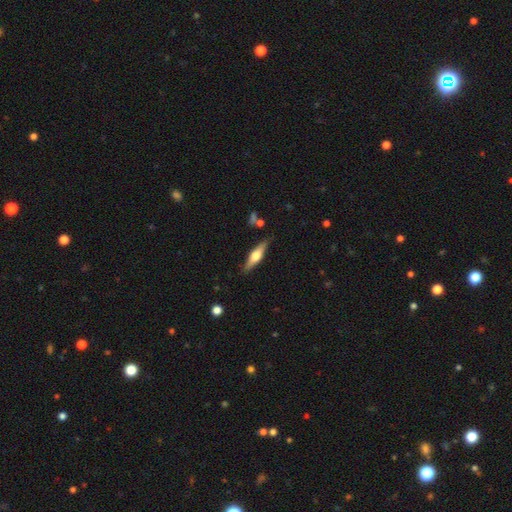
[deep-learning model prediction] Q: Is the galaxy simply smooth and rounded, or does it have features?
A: featured or disk — 58%.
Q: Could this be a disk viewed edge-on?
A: yes — 94%.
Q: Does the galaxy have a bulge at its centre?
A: rounded — 92%.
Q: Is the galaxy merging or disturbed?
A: none — 85%.